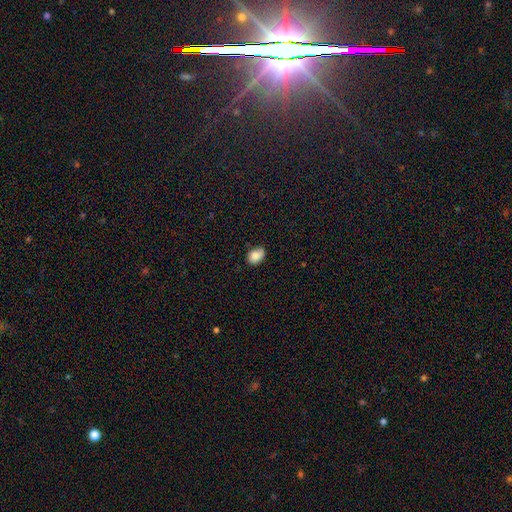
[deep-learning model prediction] smooth 84%, star or artifact 8%, featured or disk 8%. Down the decision tree: how rounded — in between (74%); merging — none (66%).